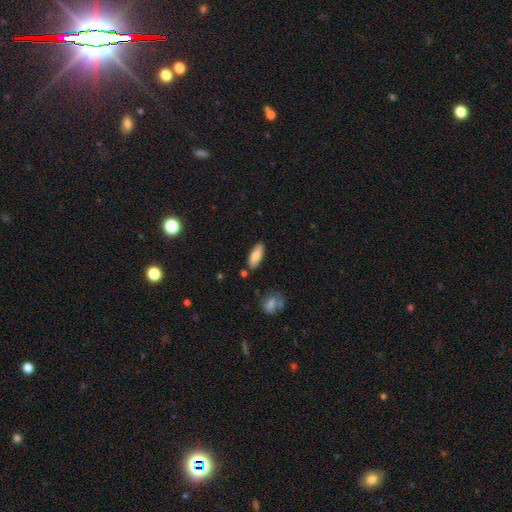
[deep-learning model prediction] This appears to be a smooth galaxy with no disk features (83%) that is in between round and cigar-shaped (77%). Merging: none (83%).